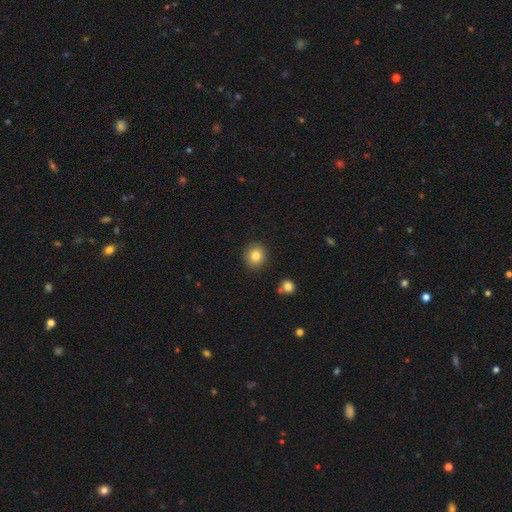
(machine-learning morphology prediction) type=smooth (83%); roundness=round (85%); merging=none (89%).